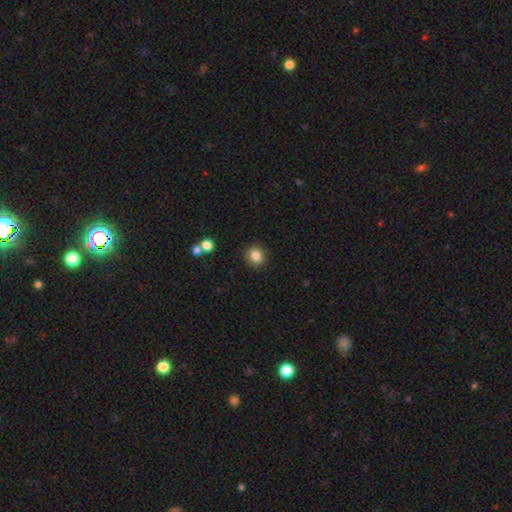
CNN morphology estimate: This is clearly a smooth galaxy (84%). How rounded: clearly round (84%). Merging: clearly none (90%).